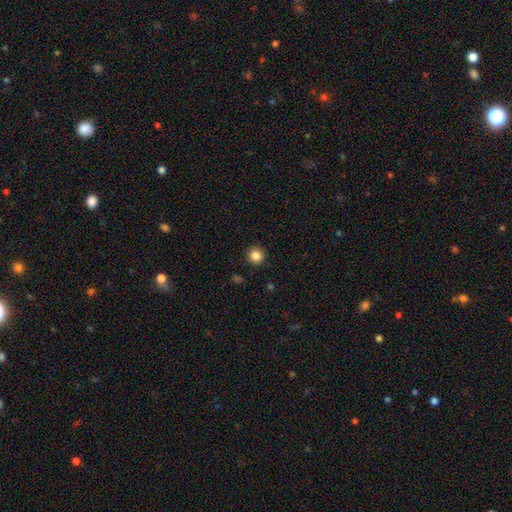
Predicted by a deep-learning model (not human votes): Smooth or featured? Predicted: smooth (p=0.85). How rounded? Predicted: round (p=0.94). Merging? Predicted: none (p=0.91).